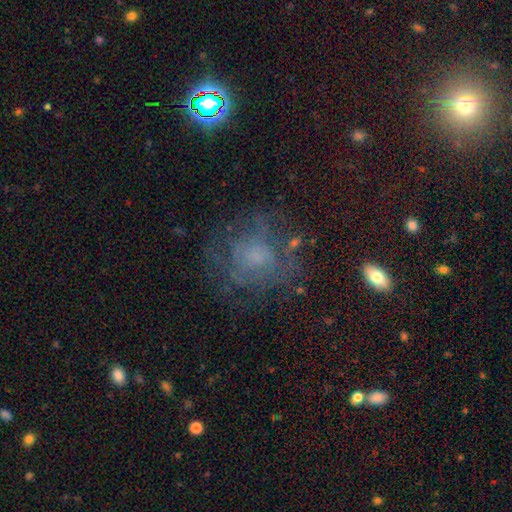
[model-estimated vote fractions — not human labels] Q: Smooth or featured?
A: featured or disk (43%); runner-up: smooth (33%)
Q: Merging?
A: none (65%); runner-up: minor disturbance (17%)